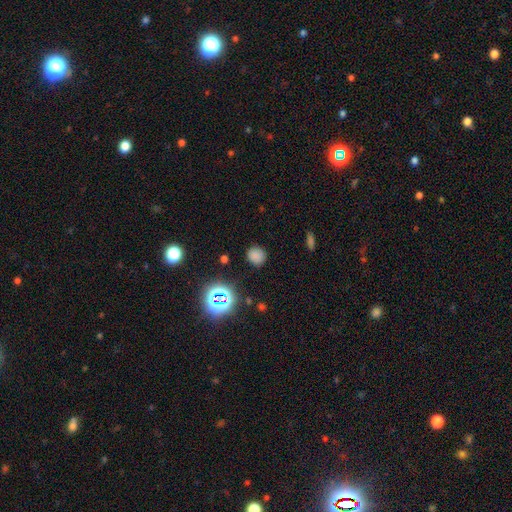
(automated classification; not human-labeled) A smooth galaxy with no disk features (75%) that is round (84%). Merging: none (85%).